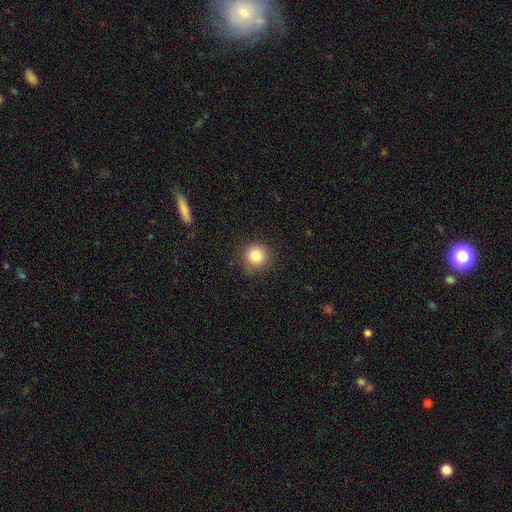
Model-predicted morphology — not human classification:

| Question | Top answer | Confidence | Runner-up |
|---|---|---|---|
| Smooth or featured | smooth | 83% | star or artifact (11%) |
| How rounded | round | 94% | in between (5%) |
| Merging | none | 87% | minor disturbance (9%) |